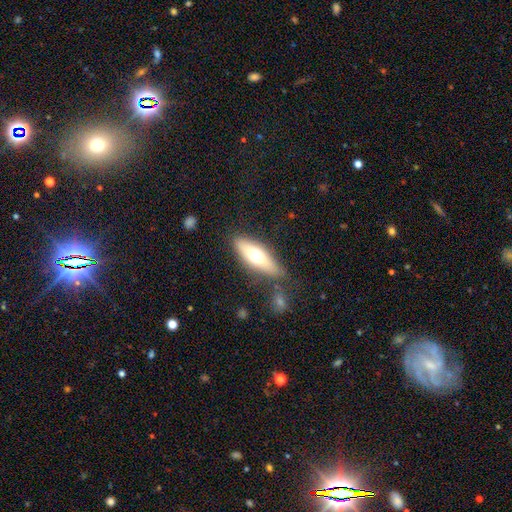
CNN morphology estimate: smooth_or_featured: smooth (p=0.54) [alt: featured or disk p=0.39]
how_rounded: cigar-shaped (p=0.49) [alt: in between p=0.48]
merging: none (p=0.78) [alt: minor disturbance p=0.13]